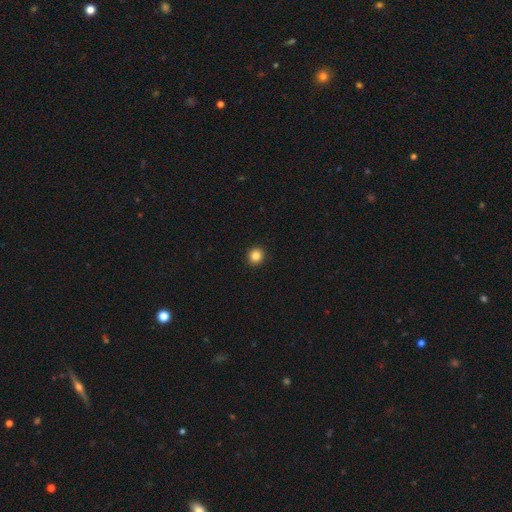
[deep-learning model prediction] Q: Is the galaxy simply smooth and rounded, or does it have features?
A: smooth — 85%.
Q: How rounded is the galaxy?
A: round — 92%.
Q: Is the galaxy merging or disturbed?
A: none — 93%.